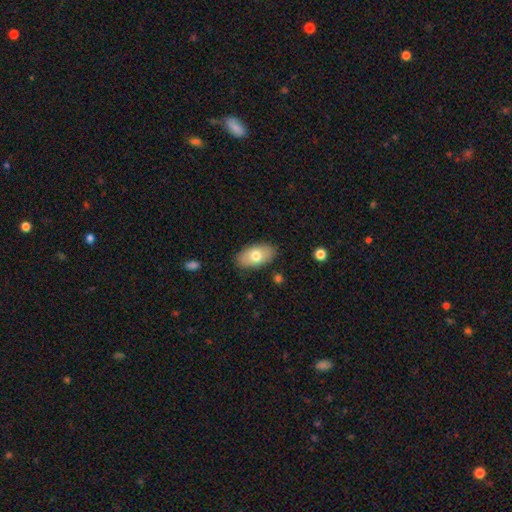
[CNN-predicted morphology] Q: Smooth or featured?
A: smooth (72%); runner-up: featured or disk (21%)
Q: How rounded?
A: in between (93%); runner-up: round (5%)
Q: Merging?
A: none (85%); runner-up: minor disturbance (11%)